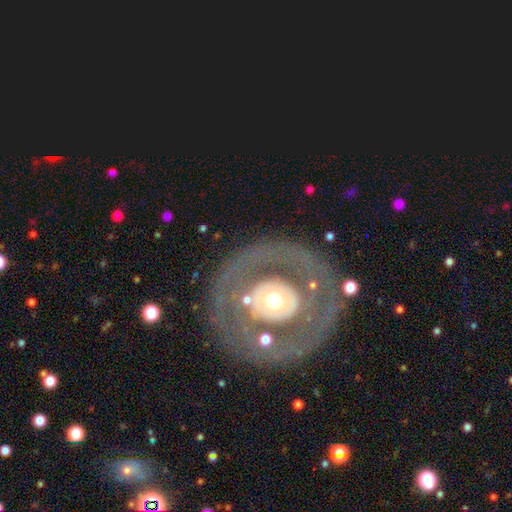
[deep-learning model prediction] Smooth or featured?
  - featured or disk: 70% *
  - smooth: 22%
  - star or artifact: 9%
Edge-on disk?
  - no: 94% *
  - yes: 6%
Bar?
  - no: 79% *
  - weak: 13%
  - strong: 8%
Spiral arms?
  - no: 62% *
  - yes: 38%
Bulge size?
  - moderate: 52% *
  - small: 27%
  - large: 16%
  - dominant: 3%
  - none: 2%
Merging?
  - none: 77% *
  - minor disturbance: 12%
  - major disturbance: 8%
  - merger: 2%